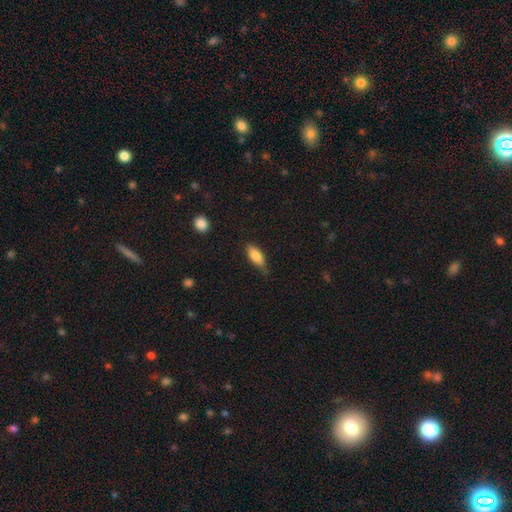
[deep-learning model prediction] smooth-or-featured: smooth: 77% | featured or disk: 16% | star or artifact: 7%
  how-rounded: in between: 72% | cigar-shaped: 26% | round: 2%
  merging: none: 68% | minor disturbance: 25% | major disturbance: 4% | merger: 2%